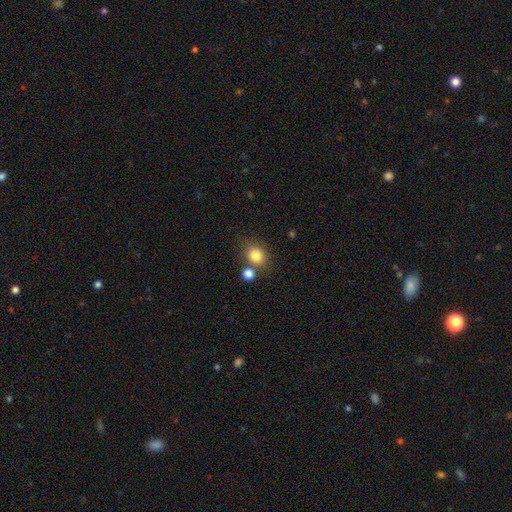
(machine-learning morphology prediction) This appears to be a smooth galaxy with no disk features (82%) that is round (70%). Merging: none (67%).